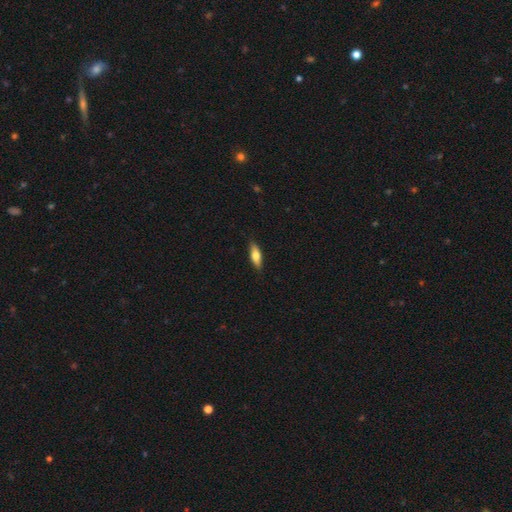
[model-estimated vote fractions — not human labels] smooth_or_featured: smooth (p=0.71) [alt: featured or disk p=0.23]
how_rounded: in between (p=0.59) [alt: cigar-shaped p=0.39]
merging: none (p=0.86) [alt: minor disturbance p=0.11]